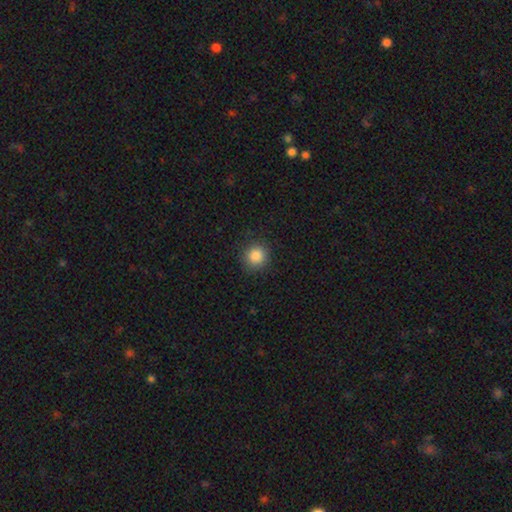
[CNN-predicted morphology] This appears to be a smooth galaxy with no disk features (85%) that is round (93%). Merging: none (90%).